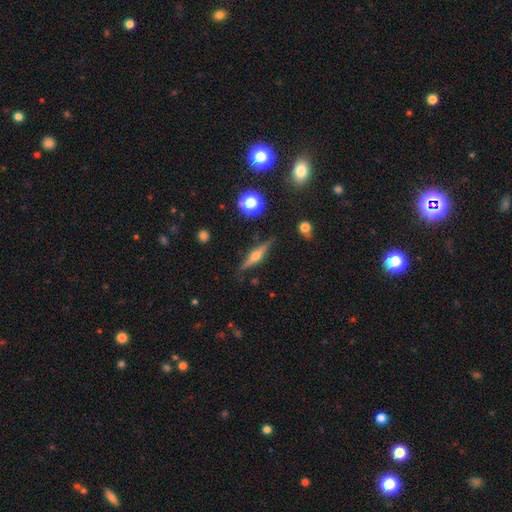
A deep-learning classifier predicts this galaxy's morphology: Smooth or featured? Predicted: featured or disk (p=0.73). Edge-on disk? Predicted: yes (p=0.97). Edge-on bulge? Predicted: rounded (p=0.93). Merging? Predicted: none (p=0.85).